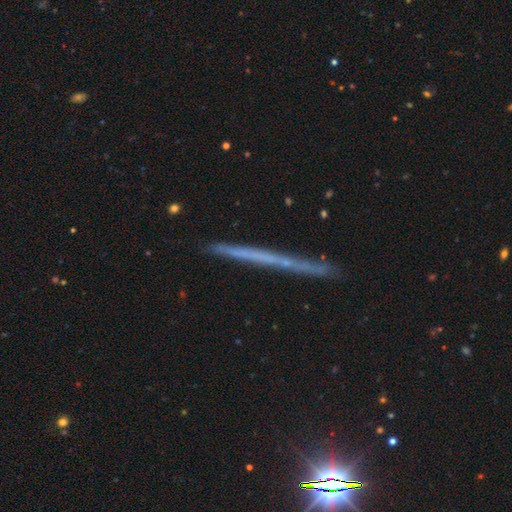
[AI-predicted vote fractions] Smooth or featured? Predicted: featured or disk (p=0.55). Edge-on disk? Predicted: yes (p=0.96). Edge-on bulge? Predicted: none (p=0.93). Merging? Predicted: none (p=0.86).